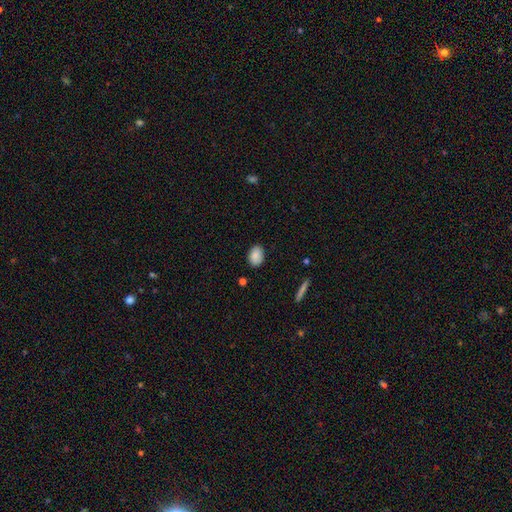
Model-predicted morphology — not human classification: Smooth or featured? smooth (88%)
How rounded? in between (84%)
Merging? none (86%)